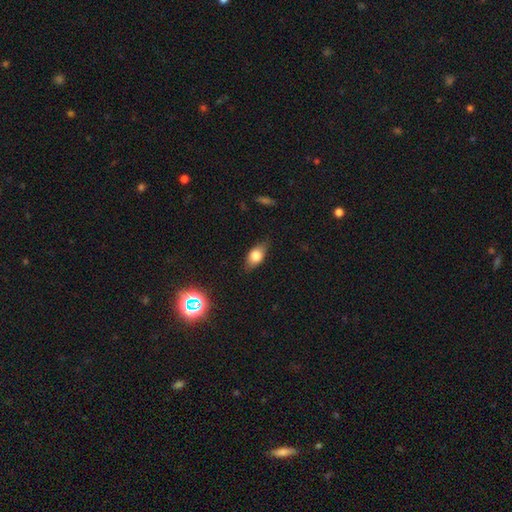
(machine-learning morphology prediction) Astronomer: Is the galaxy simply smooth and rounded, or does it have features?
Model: smooth — 73%.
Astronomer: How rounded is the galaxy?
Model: in between — 84%.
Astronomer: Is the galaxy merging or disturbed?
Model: none — 80%.